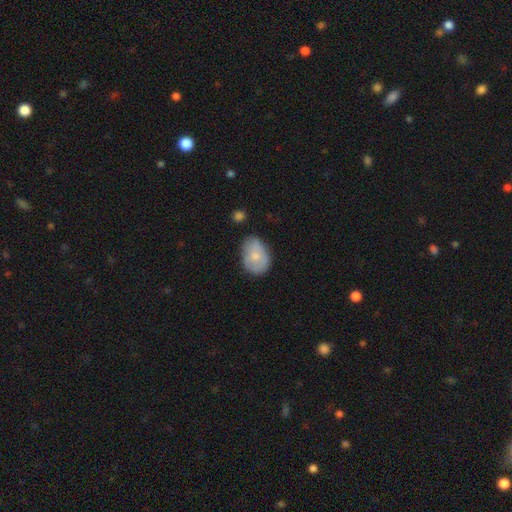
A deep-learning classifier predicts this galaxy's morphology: smooth_or_featured: smooth (p=0.73) [alt: featured or disk p=0.21]
how_rounded: in between (p=0.74) [alt: round p=0.25]
merging: none (p=0.63) [alt: minor disturbance p=0.27]